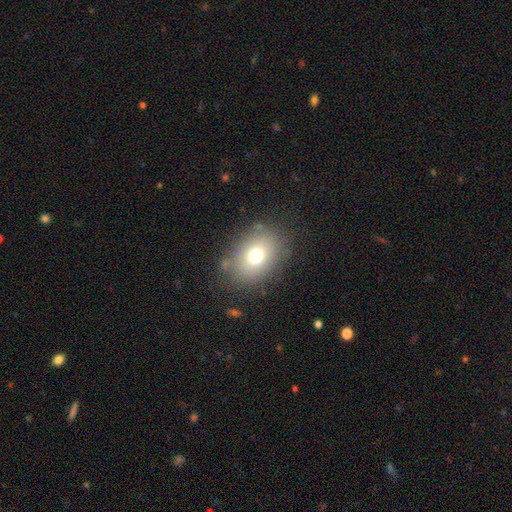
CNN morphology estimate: type=smooth (71%); roundness=in between (62%); merging=none (79%).